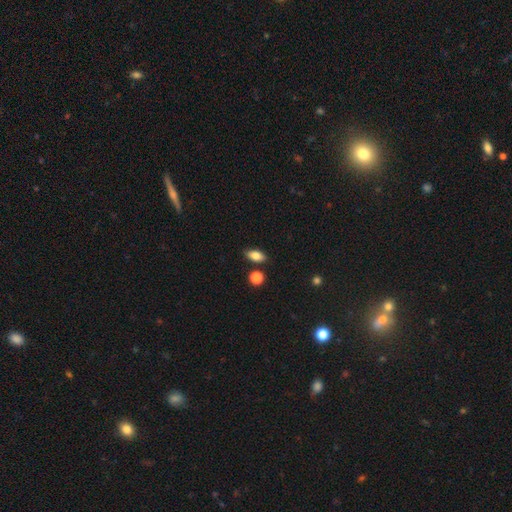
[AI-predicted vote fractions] This is clearly a smooth galaxy (81%). How rounded: clearly in between (86%). Merging: clearly none (84%).